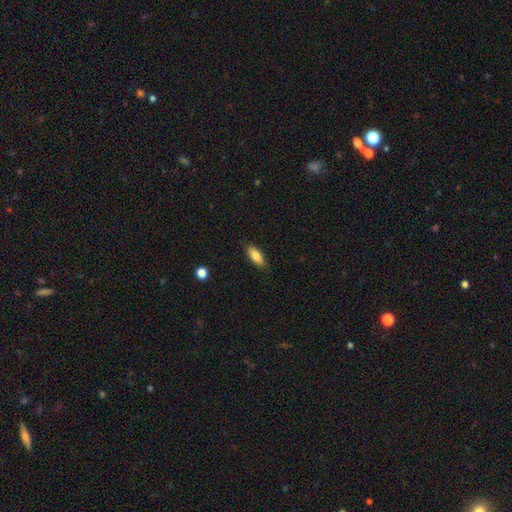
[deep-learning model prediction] Overall: smooth (82%). How rounded: in between (76%). Merging: none (87%).